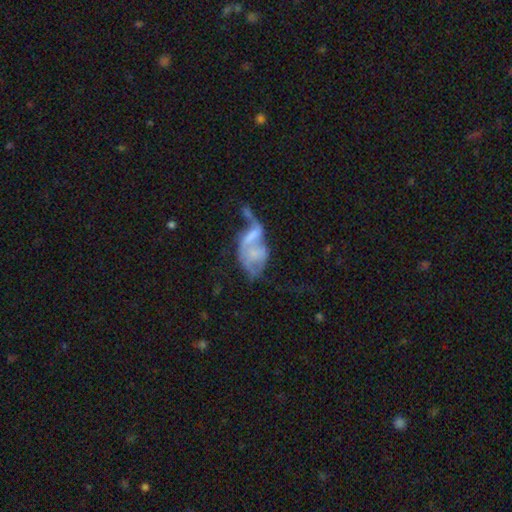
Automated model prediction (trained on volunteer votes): A featured or disk galaxy (54%) with no bar (68%), no spiral arms (62%) and no central bulge (55%). Merging: merger (46%).